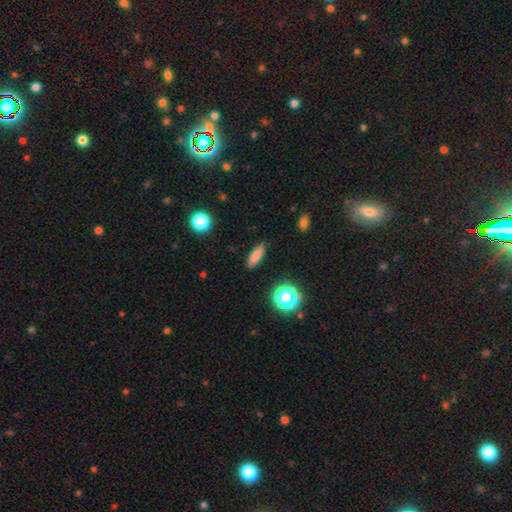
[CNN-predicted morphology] smooth-or-featured: smooth: 81% | star or artifact: 12% | featured or disk: 7%
  how-rounded: in between: 49% | cigar-shaped: 46% | round: 5%
  merging: none: 88% | minor disturbance: 8% | major disturbance: 2% | merger: 1%